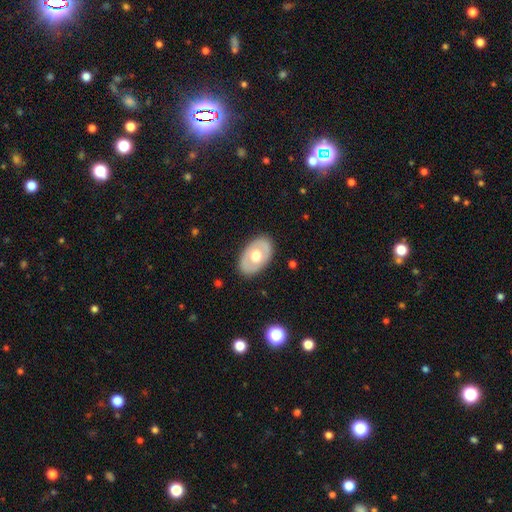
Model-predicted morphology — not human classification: type=smooth (50%); merging=none (85%).